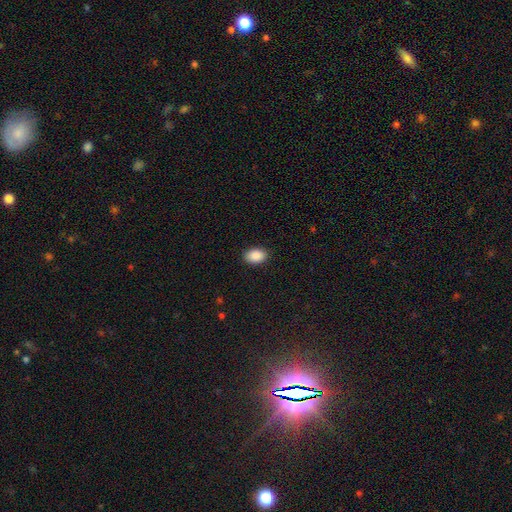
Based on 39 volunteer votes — This is clearly a smooth galaxy (92%). How rounded: clearly in between (89%). Merging: clearly none (86%).